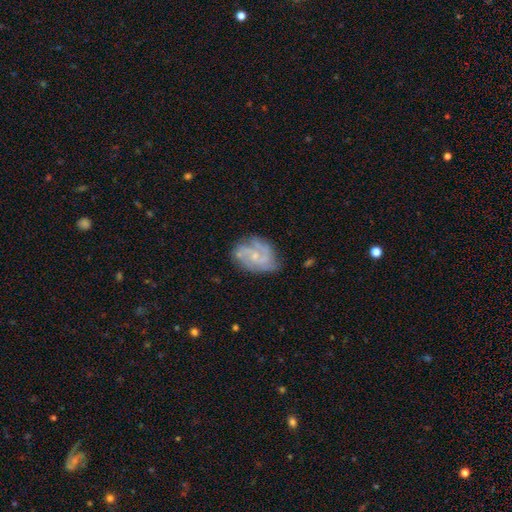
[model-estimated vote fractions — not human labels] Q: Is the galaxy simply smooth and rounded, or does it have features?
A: featured or disk — 78%.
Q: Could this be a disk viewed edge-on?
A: no — 97%.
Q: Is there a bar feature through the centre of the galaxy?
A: no — 70%.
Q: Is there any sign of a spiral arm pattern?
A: yes — 91%.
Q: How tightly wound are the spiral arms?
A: tight — 45%.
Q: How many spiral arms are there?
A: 3 — 34%.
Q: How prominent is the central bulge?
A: small — 67%.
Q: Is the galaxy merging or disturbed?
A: none — 68%.